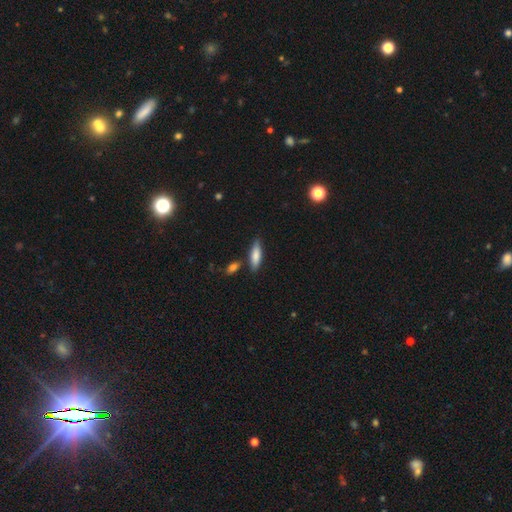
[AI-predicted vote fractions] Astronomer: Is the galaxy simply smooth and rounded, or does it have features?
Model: smooth — 78%.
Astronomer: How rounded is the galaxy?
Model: cigar-shaped — 51% (runner-up: in between, 47%).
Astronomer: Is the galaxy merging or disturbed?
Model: none — 78%.